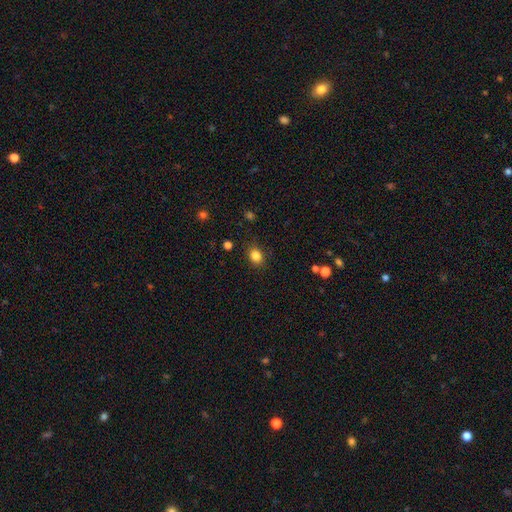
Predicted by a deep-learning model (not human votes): Q: Smooth or featured?
A: smooth (84%); runner-up: star or artifact (11%)
Q: How rounded?
A: round (52%); runner-up: in between (47%)
Q: Merging?
A: none (85%); runner-up: minor disturbance (10%)